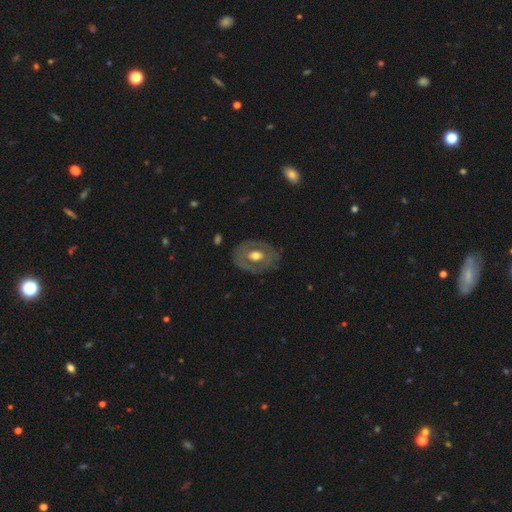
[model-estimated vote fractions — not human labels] A featured or disk galaxy (60%) with no bar (71%), no spiral arms (77%) and a moderate central bulge (70%).

Vote fractions:
- Smooth or featured? featured or disk: 60% / smooth: 34% / star or artifact: 6%
- Edge-on disk? no: 94% / yes: 6%
- Bar? no: 71% / weak: 22% / strong: 7%
- Spiral arms? no: 77% / yes: 23%
- Bulge size? moderate: 70% / large: 20% / small: 8% / dominant: 1% / none: 1%
- Merging? none: 76% / minor disturbance: 16% / major disturbance: 7% / merger: 1%